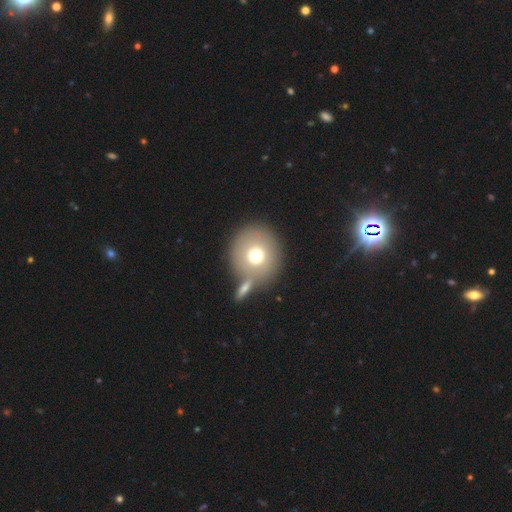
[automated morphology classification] smooth_or_featured: smooth (p=0.70) [alt: featured or disk p=0.20]
how_rounded: round (p=0.90) [alt: in between p=0.09]
merging: none (p=0.66) [alt: merger p=0.20]